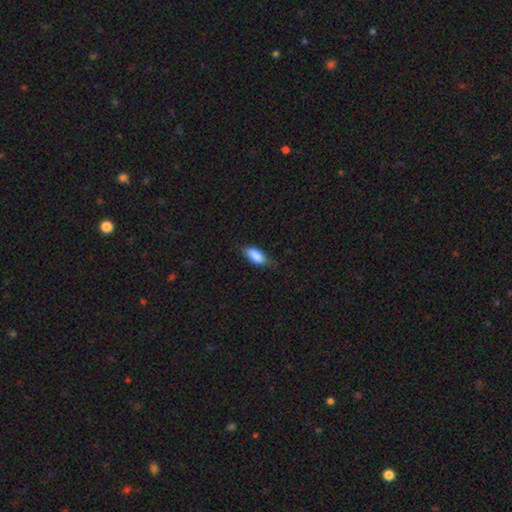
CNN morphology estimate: smooth 87%, featured or disk 7%, star or artifact 7%. Down the decision tree: how rounded — in between (88%); merging — none (67%).